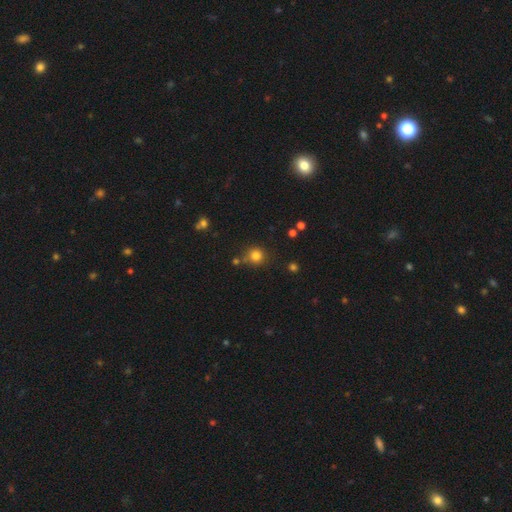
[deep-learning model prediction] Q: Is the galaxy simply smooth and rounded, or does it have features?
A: smooth — 80%.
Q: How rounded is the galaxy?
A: round — 91%.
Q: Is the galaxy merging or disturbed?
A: none — 77%.